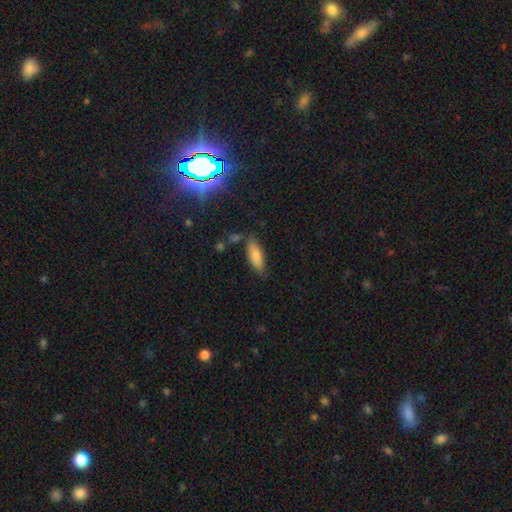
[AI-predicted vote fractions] Smooth or featured? Predicted: smooth (p=0.81). How rounded? Predicted: in between (p=0.68). Merging? Predicted: none (p=0.73).